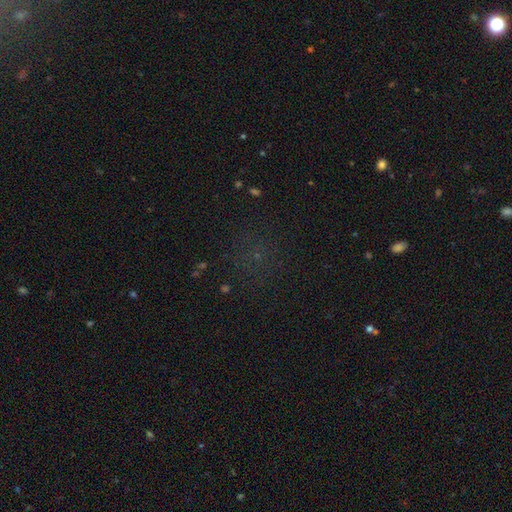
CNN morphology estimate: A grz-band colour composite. It shows a star or artifact, not a galaxy (53%).